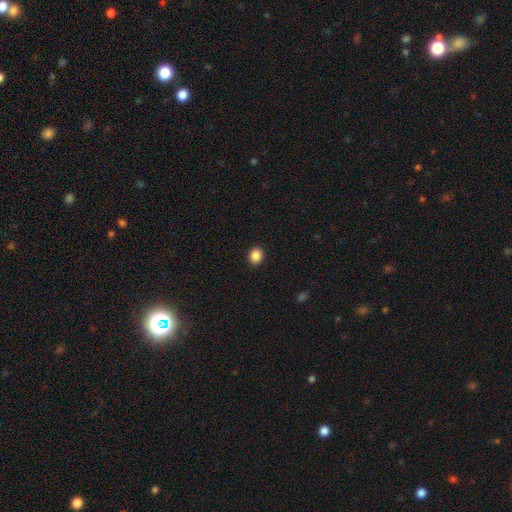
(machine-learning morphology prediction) A smooth galaxy with no disk features (87%) that is round (64%).

Vote fractions:
- Smooth or featured? smooth: 87% / star or artifact: 10% / featured or disk: 3%
- How rounded? round: 64% / in between: 35% / cigar-shaped: 1%
- Merging? none: 92% / minor disturbance: 6% / major disturbance: 2% / merger: 1%